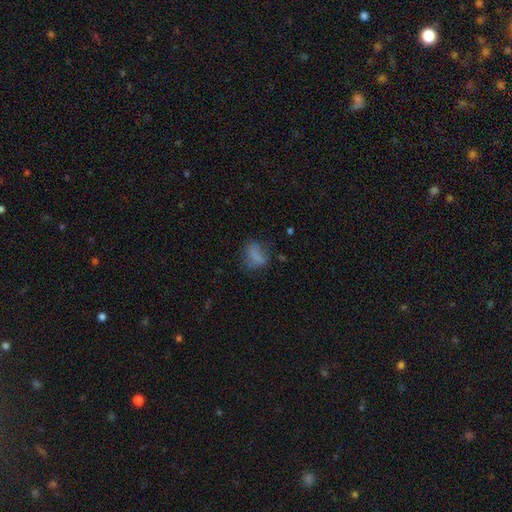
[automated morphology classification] A smooth galaxy with no disk features (71%) that is in between round and cigar-shaped (65%). Merging: none (52%).